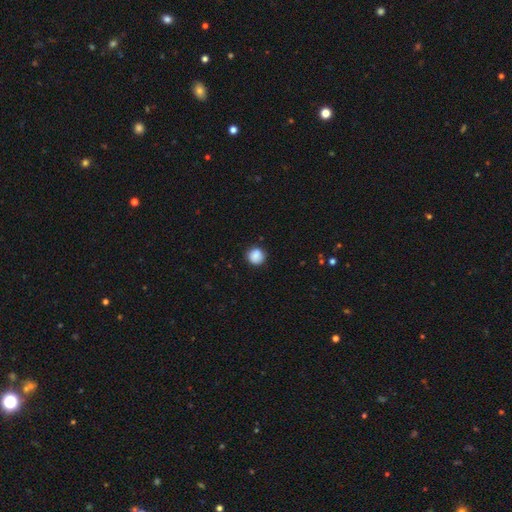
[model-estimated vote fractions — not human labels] Smooth or featured? smooth (87%)
How rounded? round (93%)
Merging? none (87%)